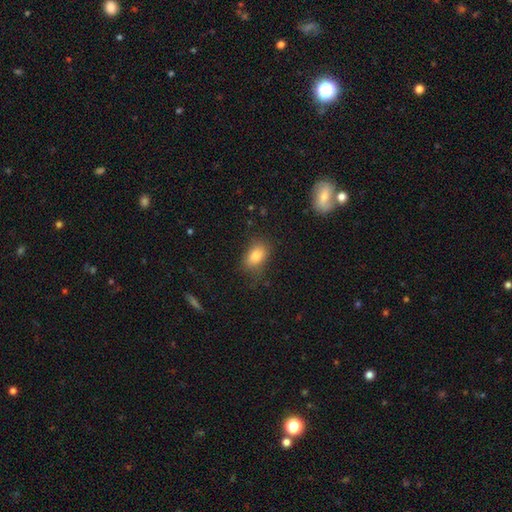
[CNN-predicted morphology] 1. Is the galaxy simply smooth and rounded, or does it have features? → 84% smooth, 9% star or artifact, 7% featured or disk.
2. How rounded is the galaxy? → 86% in between, 12% round, 2% cigar-shaped.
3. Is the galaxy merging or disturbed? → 73% none, 19% minor disturbance, 6% major disturbance, 2% merger.